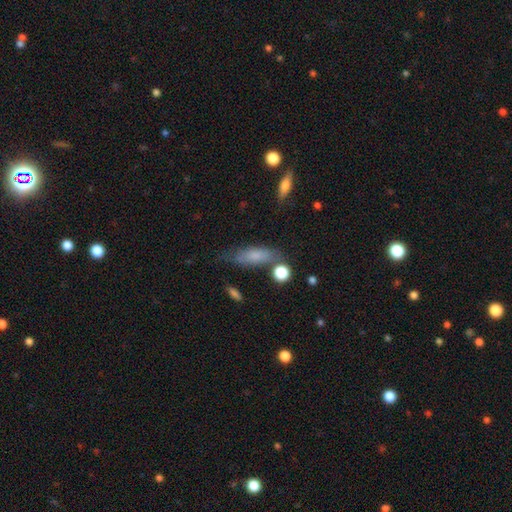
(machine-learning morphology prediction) smooth-or-featured: smooth: 71% | featured or disk: 19% | star or artifact: 9%
  how-rounded: in between: 61% | cigar-shaped: 35% | round: 4%
  merging: none: 58% | minor disturbance: 25% | major disturbance: 9% | merger: 8%